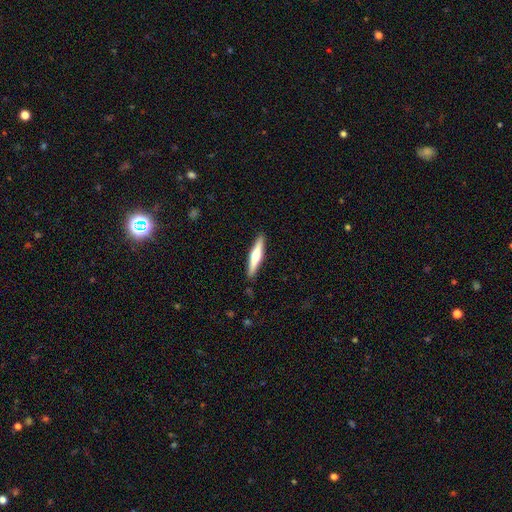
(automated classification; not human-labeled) This is possibly a featured or disk galaxy (55%). It is clearly viewed edge-on (97%). Edge-on bulge: clearly rounded (89%). Merging: clearly none (90%).